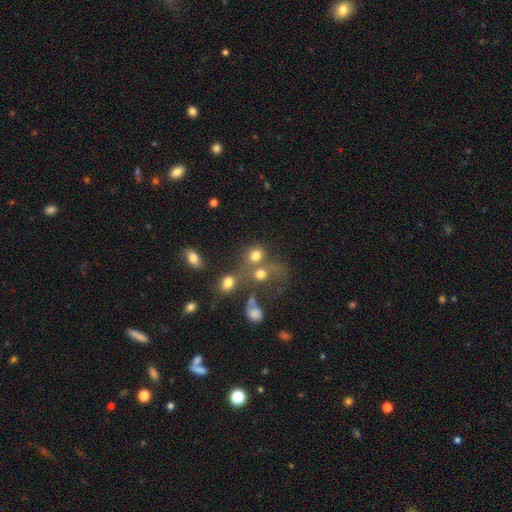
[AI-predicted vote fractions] smooth-or-featured: smooth: 73% | star or artifact: 15% | featured or disk: 13%
  how-rounded: round: 68% | in between: 31% | cigar-shaped: 1%
  merging: merger: 40% | none: 38% | major disturbance: 11% | minor disturbance: 11%